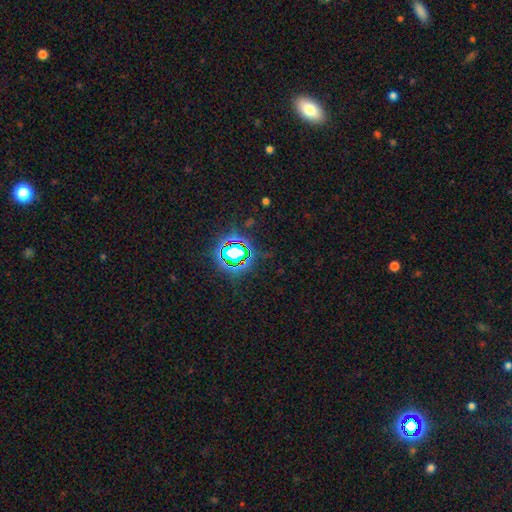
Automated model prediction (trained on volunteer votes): Smooth or featured? star or artifact (79%)